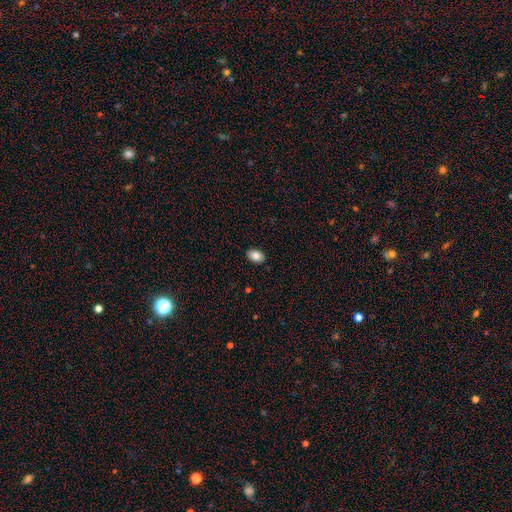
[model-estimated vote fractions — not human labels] Smooth or featured: smooth — 84% (star or artifact — 8%)
How rounded: in between — 84% (round — 15%)
Merging: none — 89% (minor disturbance — 8%)